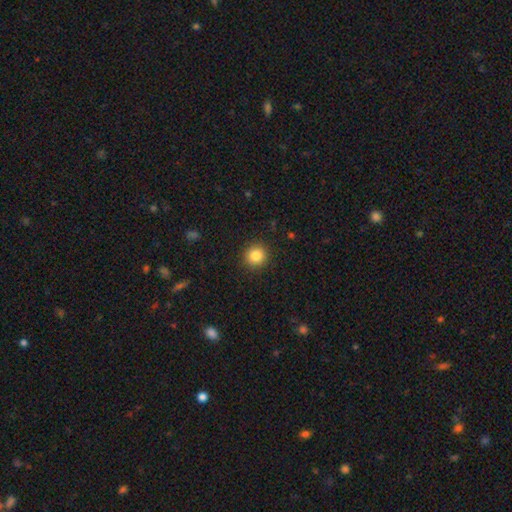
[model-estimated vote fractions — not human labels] This is clearly a smooth galaxy (85%). How rounded: clearly round (93%). Merging: clearly none (91%).